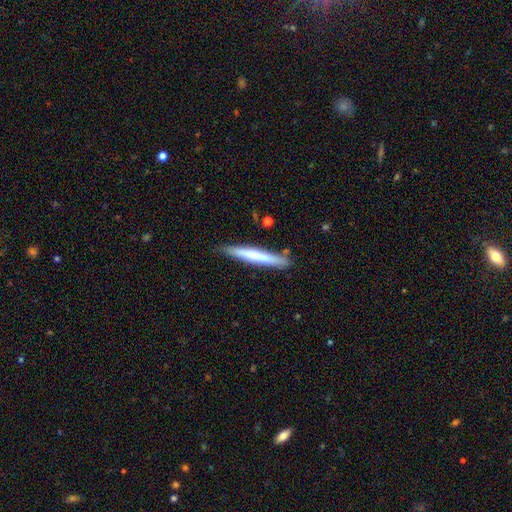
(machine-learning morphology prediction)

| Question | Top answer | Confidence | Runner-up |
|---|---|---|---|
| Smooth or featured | smooth | 62% | featured or disk (32%) |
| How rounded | cigar-shaped | 95% | in between (4%) |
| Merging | none | 84% | minor disturbance (12%) |